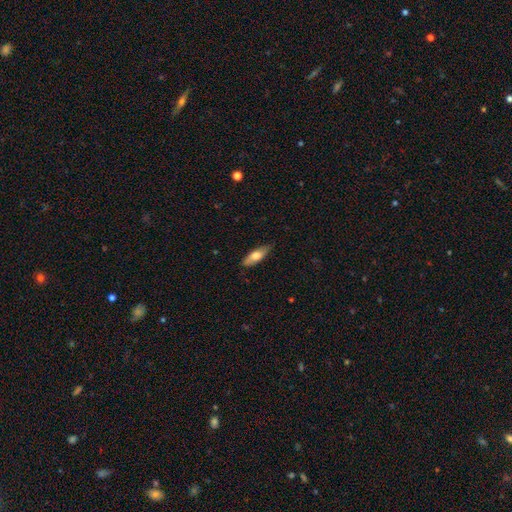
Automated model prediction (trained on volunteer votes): The model was most divided on "how rounded": in between: 58%, cigar-shaped: 40%, round: 2%. More confident: merging — none (82%); smooth or featured — smooth (65%).